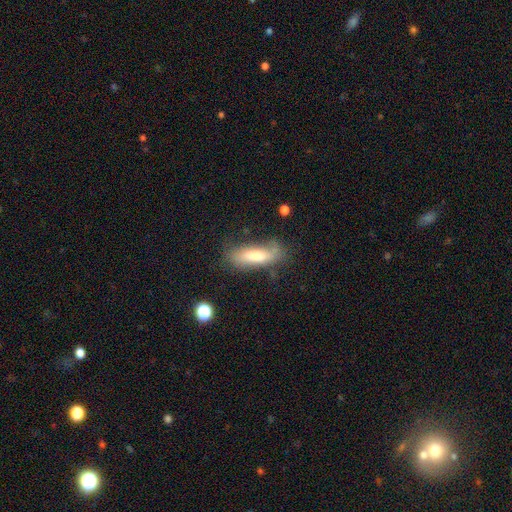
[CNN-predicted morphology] Overall: smooth (70%). How rounded: in between (51%; cigar-shaped 47%). Merging: none (57%; minor disturbance 27%).